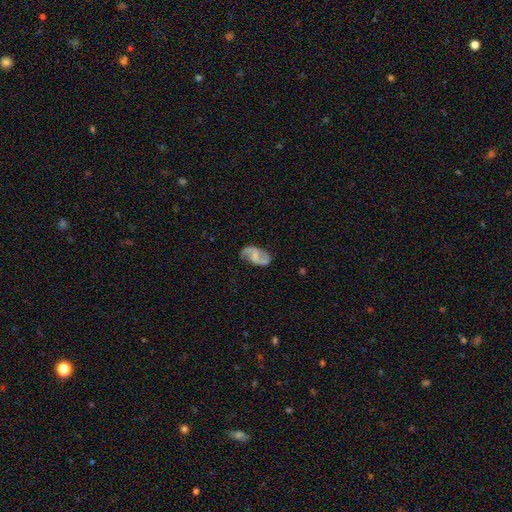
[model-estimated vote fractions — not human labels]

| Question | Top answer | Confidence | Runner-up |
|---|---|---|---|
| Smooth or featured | featured or disk | 77% | smooth (16%) |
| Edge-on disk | no | 98% | yes (2%) |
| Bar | weak | 48% | no (34%) |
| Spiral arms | yes | 93% | no (7%) |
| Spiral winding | loose | 55% | medium (35%) |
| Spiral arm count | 2 | 91% | can't tell (4%) |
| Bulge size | none | 41% | small (37%) |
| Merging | none | 72% | minor disturbance (19%) |